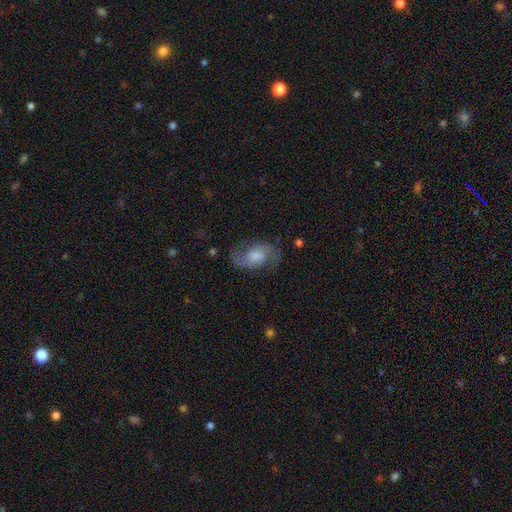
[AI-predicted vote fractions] Smooth or featured? Predicted: featured or disk (p=0.75). Edge-on disk? Predicted: no (p=0.96). Bar? Predicted: no (p=0.54). Spiral arms? Predicted: yes (p=0.93). Spiral winding? Predicted: medium (p=0.47). Spiral arm count? Predicted: 2 (p=0.91). Bulge size? Predicted: large (p=0.34). Merging? Predicted: none (p=0.73).